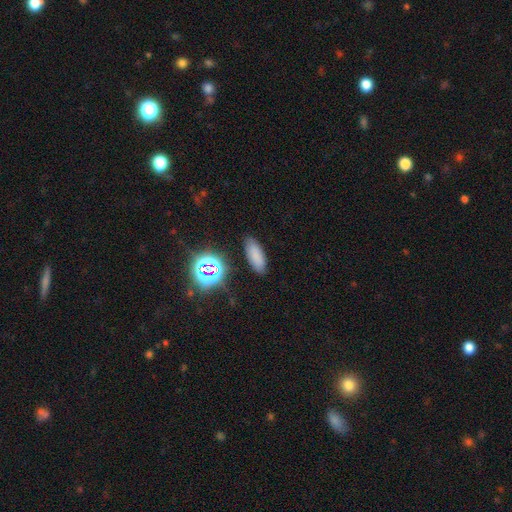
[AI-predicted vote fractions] Q: Smooth or featured?
A: smooth (74%); runner-up: star or artifact (18%)
Q: How rounded?
A: in between (80%); runner-up: cigar-shaped (17%)
Q: Merging?
A: none (86%); runner-up: minor disturbance (10%)